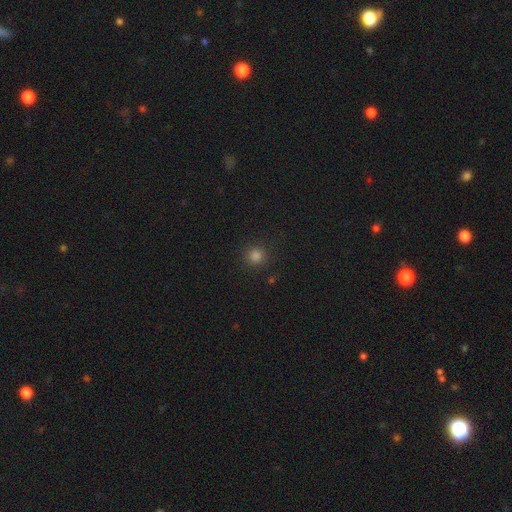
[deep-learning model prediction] smooth-or-featured: smooth: 79% | star or artifact: 17% | featured or disk: 3%
  how-rounded: round: 95% | in between: 4% | cigar-shaped: 1%
  merging: none: 91% | minor disturbance: 6% | major disturbance: 2% | merger: 1%